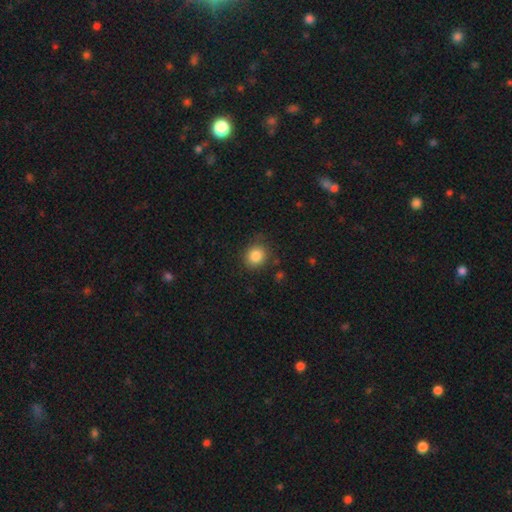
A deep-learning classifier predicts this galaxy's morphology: smooth-or-featured: smooth: 85% | star or artifact: 10% | featured or disk: 5%
  how-rounded: round: 81% | in between: 18% | cigar-shaped: 1%
  merging: none: 80% | minor disturbance: 14% | major disturbance: 4% | merger: 2%